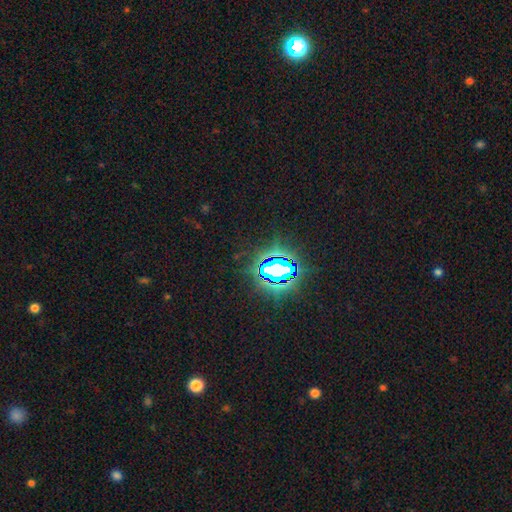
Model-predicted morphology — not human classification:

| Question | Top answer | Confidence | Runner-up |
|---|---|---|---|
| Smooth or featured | star or artifact | 81% | smooth (11%) |